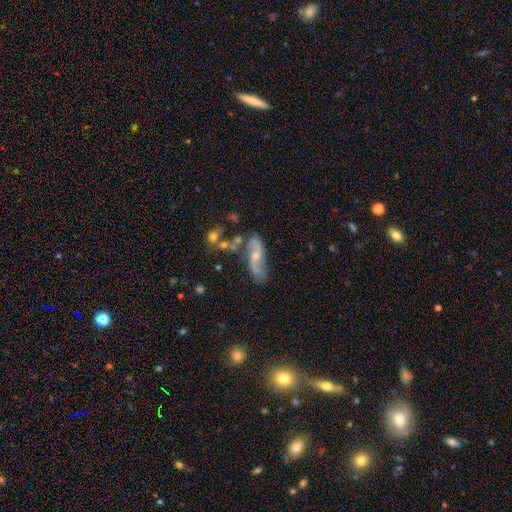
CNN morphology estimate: A featured or disk galaxy (75%) with no bar (48%), 2 (89%) loose (68%) spiral arms (90%) and a small central bulge (55%). Merging: none (62%).